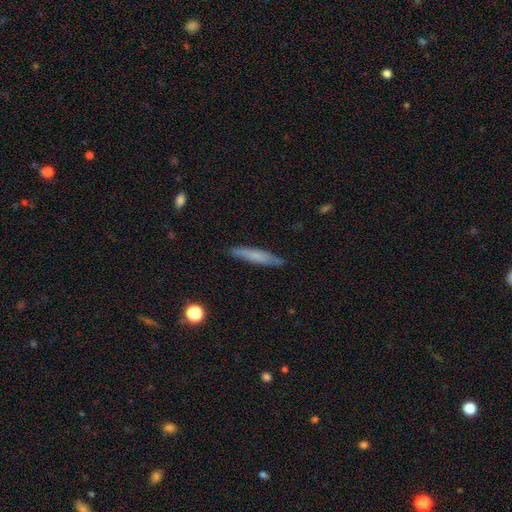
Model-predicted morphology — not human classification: smooth_or_featured: smooth (p=0.62) [alt: featured or disk p=0.31]
how_rounded: cigar-shaped (p=0.91) [alt: in between p=0.08]
merging: none (p=0.82) [alt: minor disturbance p=0.14]